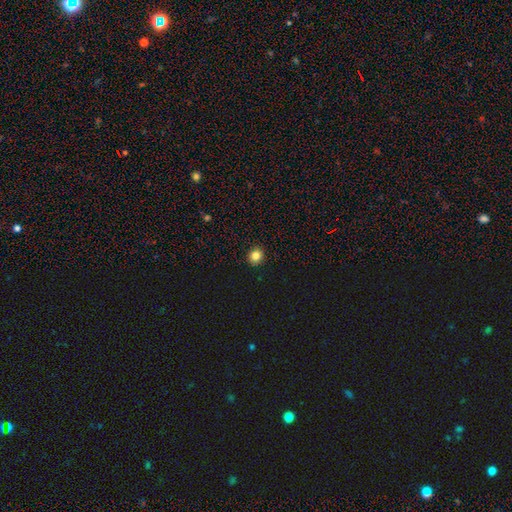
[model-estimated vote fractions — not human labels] A smooth galaxy with no disk features (83%) that is round (90%).

Vote fractions:
- Smooth or featured? smooth: 83% / star or artifact: 12% / featured or disk: 5%
- How rounded? round: 90% / in between: 10% / cigar-shaped: 1%
- Merging? none: 93% / minor disturbance: 4% / major disturbance: 1% / merger: 1%